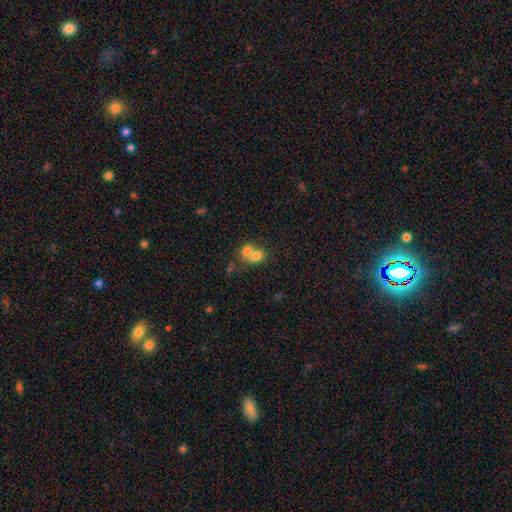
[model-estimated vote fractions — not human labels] The model was most divided on "how rounded": round: 61%, in between: 38%, cigar-shaped: 1%. More confident: smooth or featured — smooth (72%); merging — merger (70%).